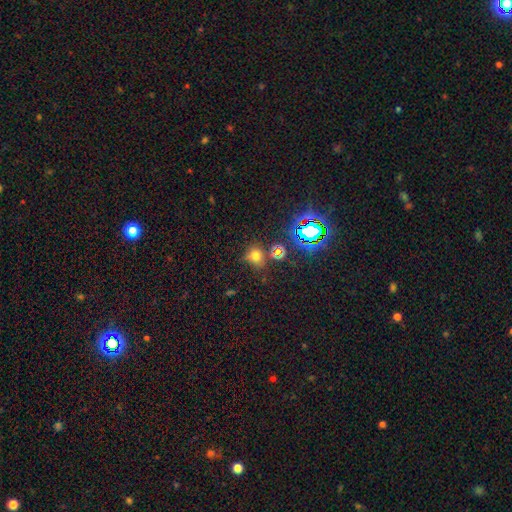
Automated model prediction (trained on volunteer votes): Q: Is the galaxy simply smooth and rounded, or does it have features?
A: smooth — 64%.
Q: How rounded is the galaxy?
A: round — 76%.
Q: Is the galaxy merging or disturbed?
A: none — 70%.